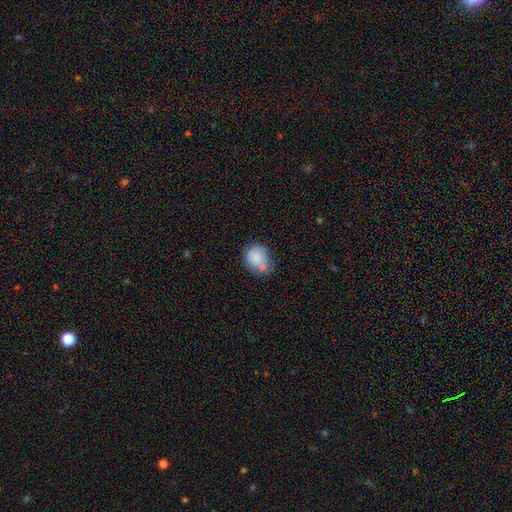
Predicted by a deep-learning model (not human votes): Smooth or featured? Predicted: smooth (p=0.80). How rounded? Predicted: round (p=0.65). Merging? Predicted: none (p=0.44).